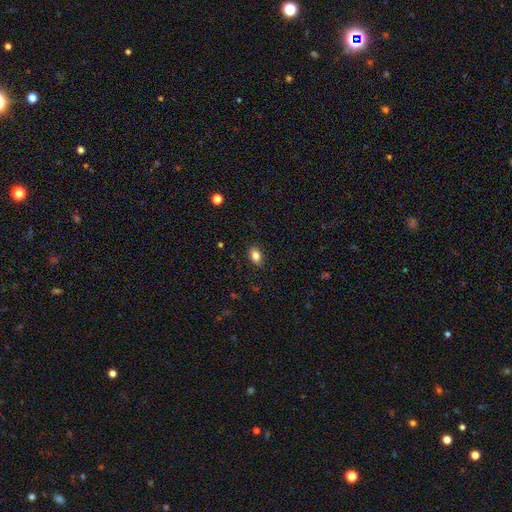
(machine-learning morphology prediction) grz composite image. It shows a smooth galaxy with no disk features (82%) that is in between round and cigar-shaped (83%). Merging: none (87%).